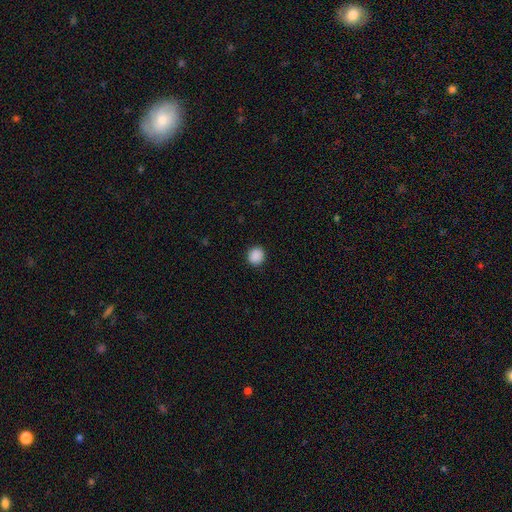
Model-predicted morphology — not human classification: A smooth galaxy with no disk features (89%) that is round (87%). Merging: none (91%).